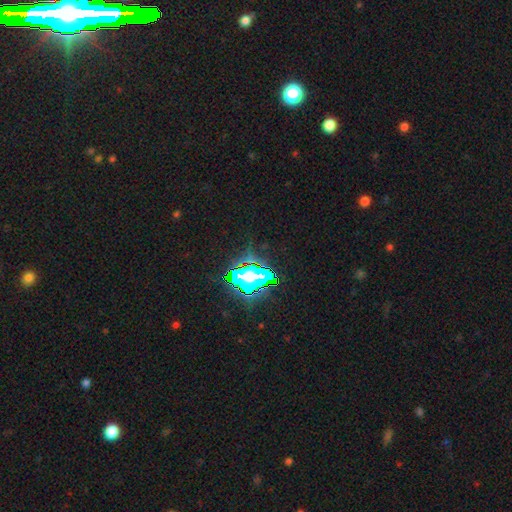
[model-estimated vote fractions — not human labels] Morphology: type=star or artifact (83%).